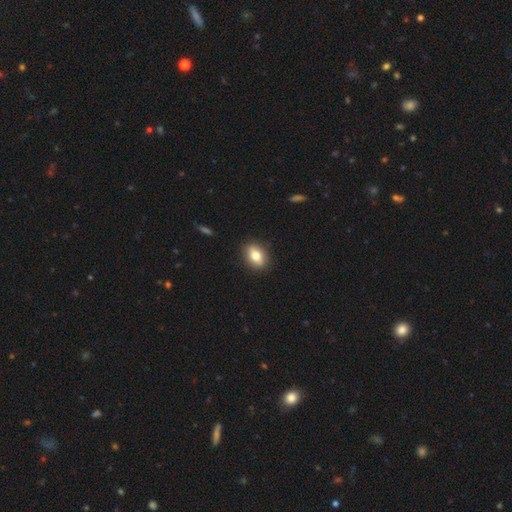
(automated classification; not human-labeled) Smooth or featured: smooth — 74% (featured or disk — 18%)
How rounded: in between — 76% (round — 20%)
Merging: none — 88% (minor disturbance — 9%)